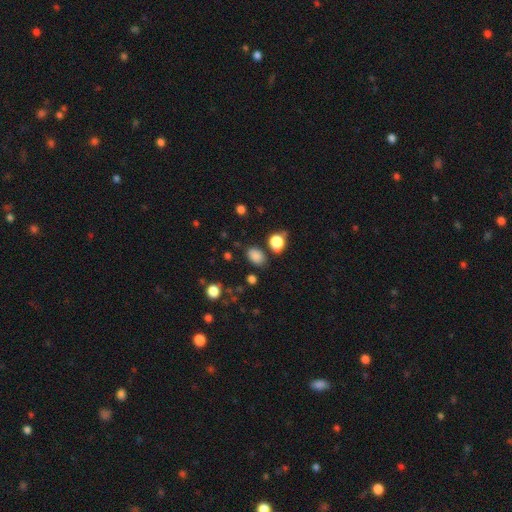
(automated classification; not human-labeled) Smooth or featured? smooth (84%)
How rounded? in between (75%)
Merging? none (78%)